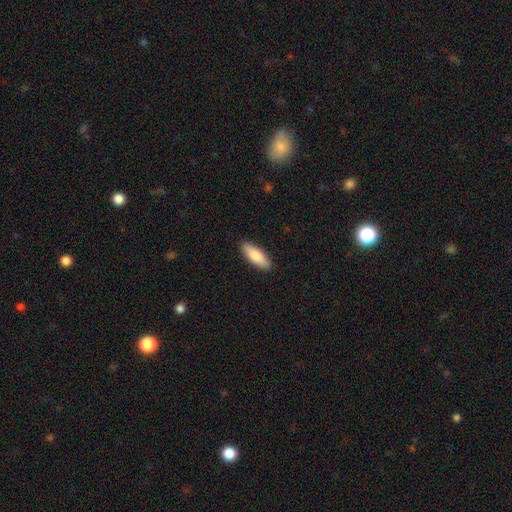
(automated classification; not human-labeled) smooth 84%, featured or disk 11%, star or artifact 5%. Down the decision tree: how rounded — in between (62%); merging — none (90%).